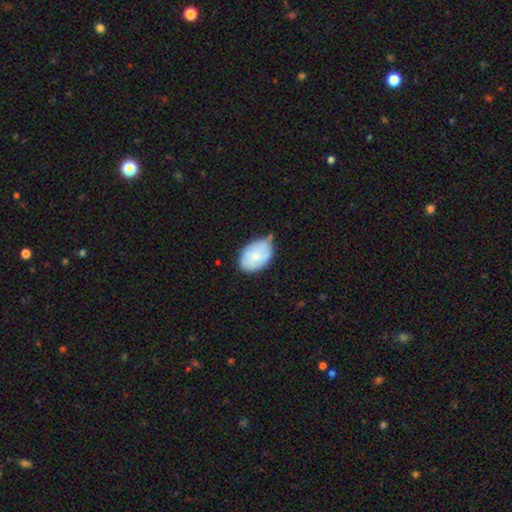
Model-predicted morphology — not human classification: Smooth or featured: smooth — 76% (featured or disk — 18%)
How rounded: in between — 89% (round — 10%)
Merging: none — 57% (minor disturbance — 33%)